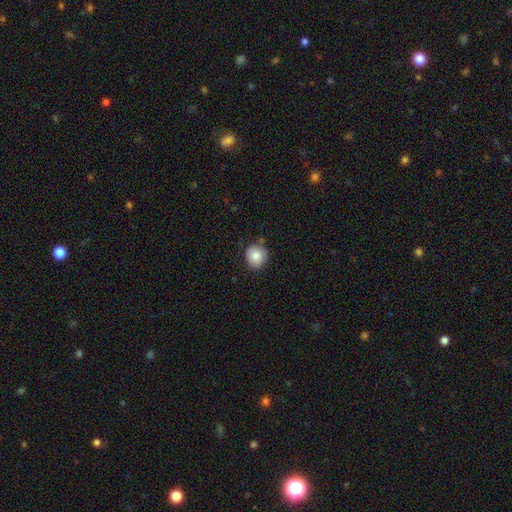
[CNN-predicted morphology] smooth_or_featured: smooth (p=0.85) [alt: star or artifact p=0.09]
how_rounded: round (p=0.87) [alt: in between p=0.12]
merging: none (p=0.79) [alt: minor disturbance p=0.16]